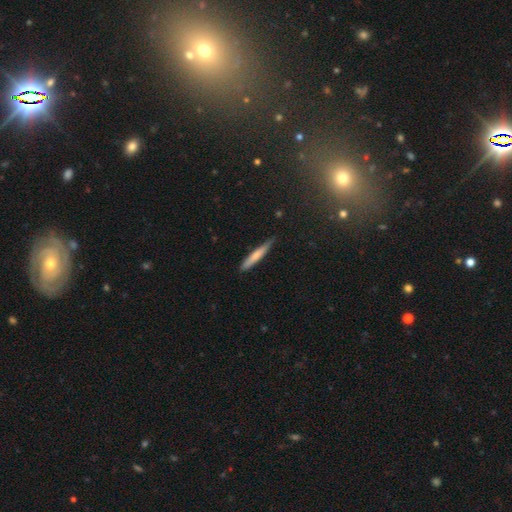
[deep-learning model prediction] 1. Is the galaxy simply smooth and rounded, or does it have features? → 69% smooth, 25% featured or disk, 6% star or artifact.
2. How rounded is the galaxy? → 93% cigar-shaped, 6% in between, 1% round.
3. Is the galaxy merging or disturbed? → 78% none, 18% minor disturbance, 2% major disturbance, 1% merger.